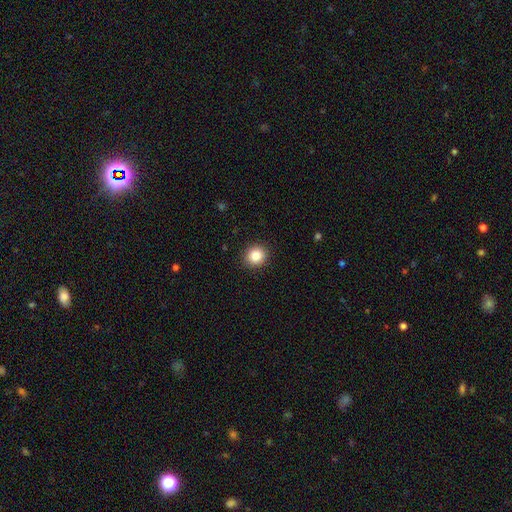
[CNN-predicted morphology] Q: Smooth or featured?
A: smooth (86%); runner-up: star or artifact (9%)
Q: How rounded?
A: round (85%); runner-up: in between (15%)
Q: Merging?
A: none (91%); runner-up: minor disturbance (6%)